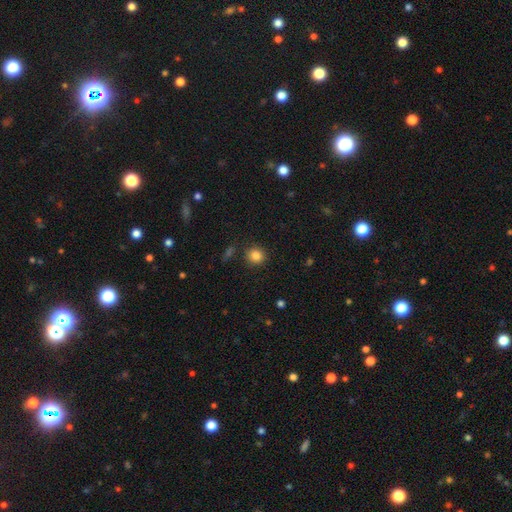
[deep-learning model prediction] This appears to be a smooth galaxy with no disk features (84%) that is round (90%). Merging: none (89%).